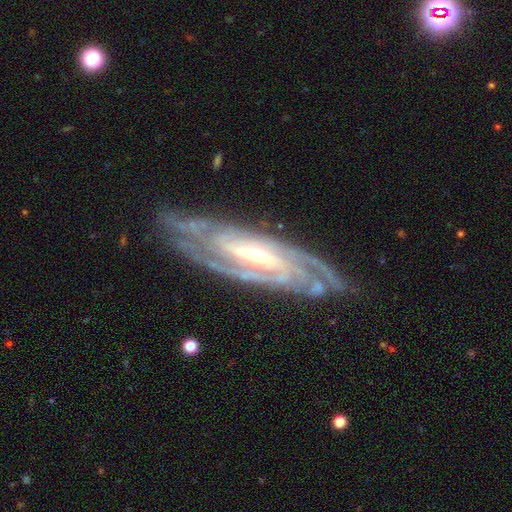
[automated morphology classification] Smooth or featured: featured or disk — 91% (star or artifact — 4%)
Edge-on disk: no — 87% (yes — 13%)
Bar: strong — 37% (tied with weak — 37%)
Spiral arms: yes — 98% (no — 2%)
Spiral winding: tight — 70% (medium — 26%)
Spiral arm count: 3 — 27% (2 — 23%)
Bulge size: moderate — 47% (tied with small — 47%)
Merging: none — 76% (minor disturbance — 17%)